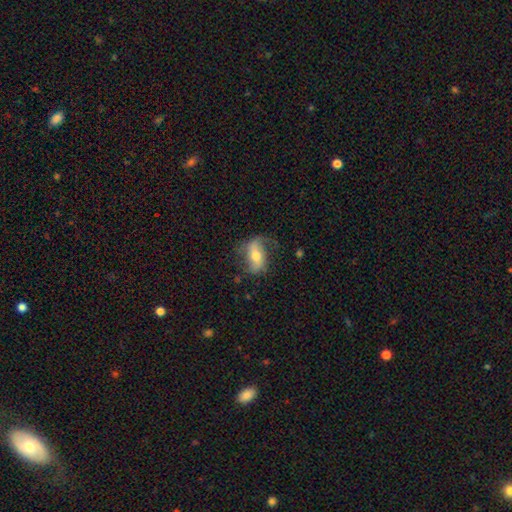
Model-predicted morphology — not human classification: This is likely a featured or disk galaxy (65%). It is clearly not viewed edge-on (91%). Bar: marginally strong (35%). Spiral arm pattern: clearly yes (85%). Central bulge: likely moderate (63%). Merging: likely none (62%).